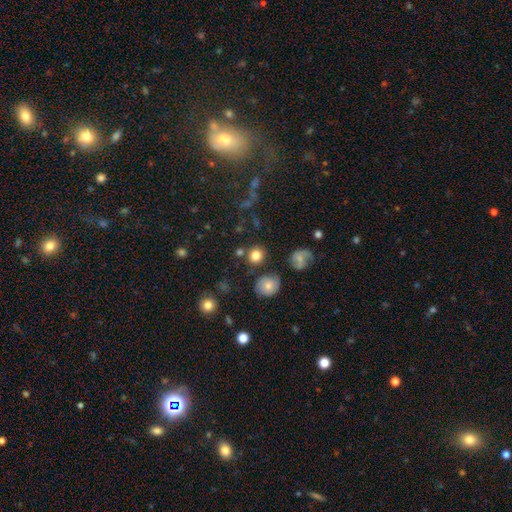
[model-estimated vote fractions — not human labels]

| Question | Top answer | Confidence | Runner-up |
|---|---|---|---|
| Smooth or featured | smooth | 81% | star or artifact (11%) |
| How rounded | round | 86% | in between (13%) |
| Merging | none | 81% | minor disturbance (9%) |